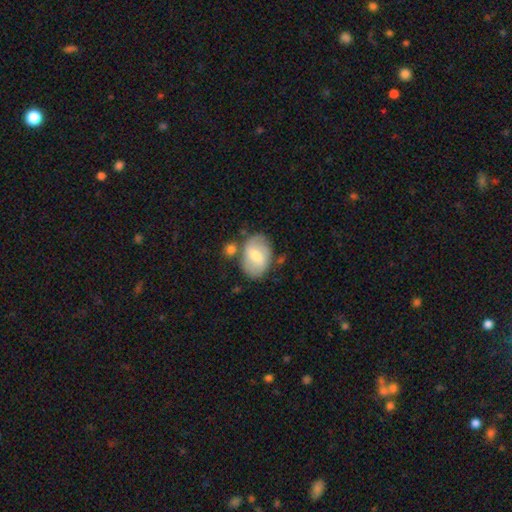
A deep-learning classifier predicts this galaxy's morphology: Smooth or featured: smooth — 54% (featured or disk — 40%)
How rounded: in between — 78% (round — 21%)
Merging: none — 66% (minor disturbance — 18%)